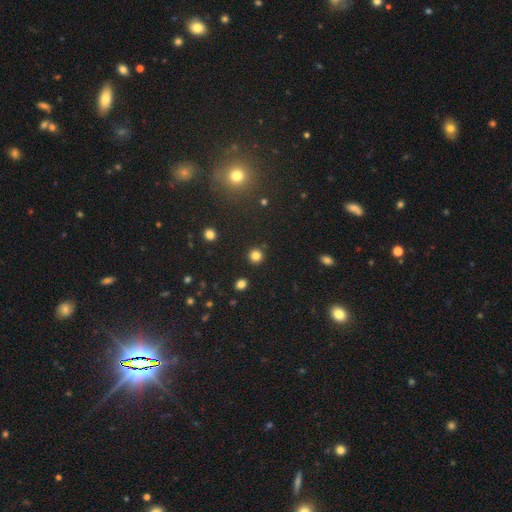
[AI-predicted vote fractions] smooth_or_featured: smooth (p=0.82) [alt: star or artifact p=0.14]
how_rounded: round (p=0.93) [alt: in between p=0.06]
merging: none (p=0.91) [alt: minor disturbance p=0.05]